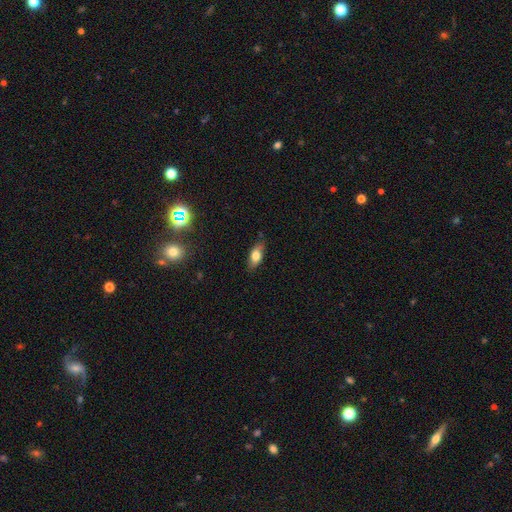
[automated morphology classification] Smooth or featured: smooth — 71% (featured or disk — 20%)
How rounded: in between — 80% (cigar-shaped — 15%)
Merging: none — 81% (minor disturbance — 15%)